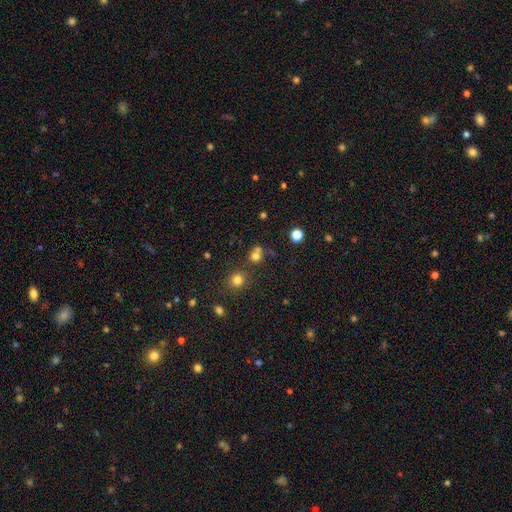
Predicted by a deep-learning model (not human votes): Smooth or featured?
  - smooth: 69% *
  - star or artifact: 21%
  - featured or disk: 10%
How rounded?
  - round: 85% *
  - in between: 14%
  - cigar-shaped: 1%
Merging?
  - none: 53% *
  - merger: 34%
  - minor disturbance: 8%
  - major disturbance: 4%